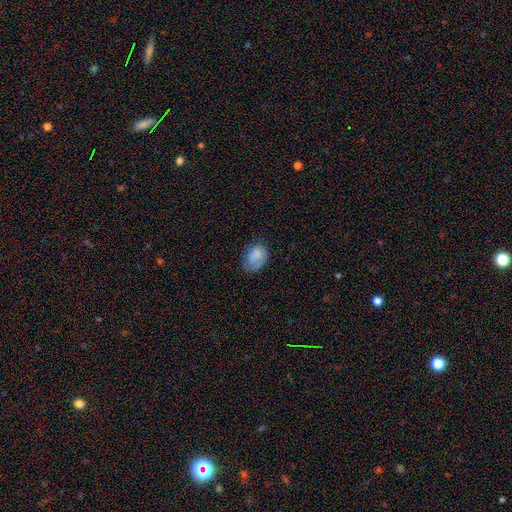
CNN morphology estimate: Q: Smooth or featured?
A: smooth (77%); runner-up: featured or disk (14%)
Q: How rounded?
A: in between (73%); runner-up: round (26%)
Q: Merging?
A: none (56%); runner-up: minor disturbance (29%)